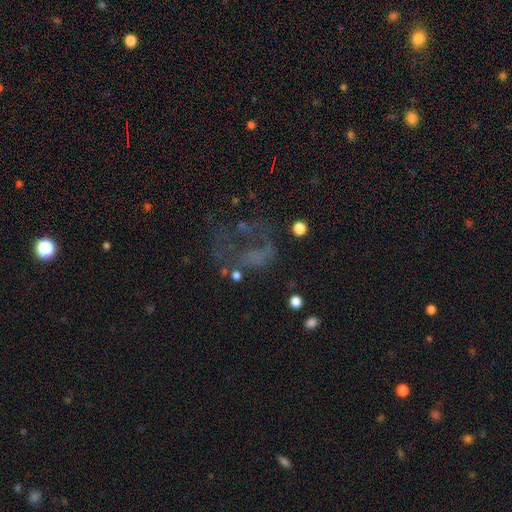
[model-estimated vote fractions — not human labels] Q: Smooth or featured?
A: featured or disk (44%); runner-up: smooth (28%)
Q: Merging?
A: major disturbance (49%); runner-up: none (29%)